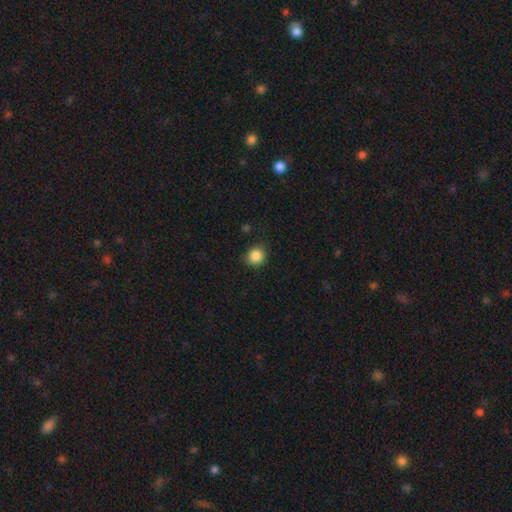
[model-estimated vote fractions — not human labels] Smooth or featured?
  - smooth: 86% *
  - star or artifact: 10%
  - featured or disk: 4%
How rounded?
  - round: 84% *
  - in between: 15%
  - cigar-shaped: 1%
Merging?
  - none: 86% *
  - minor disturbance: 10%
  - major disturbance: 3%
  - merger: 1%